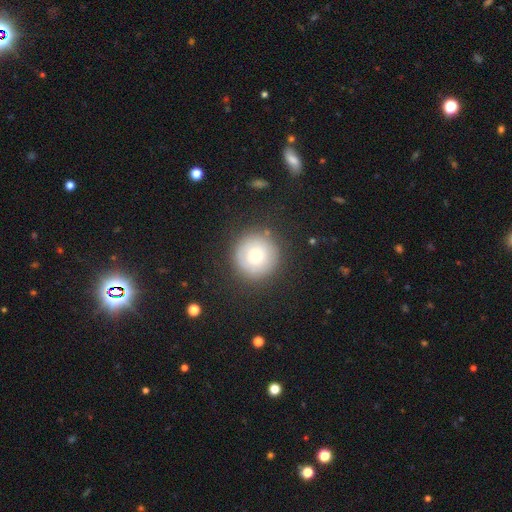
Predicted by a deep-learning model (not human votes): The model was most divided on "smooth or featured": smooth: 67%, featured or disk: 23%, star or artifact: 11%. More confident: how rounded — round (96%); merging — none (84%).